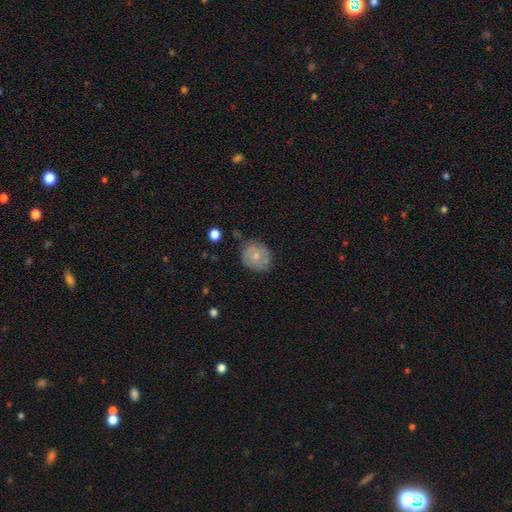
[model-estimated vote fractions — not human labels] Smooth or featured: smooth — 54% (featured or disk — 39%)
How rounded: round — 74% (in between — 25%)
Merging: none — 65% (minor disturbance — 26%)